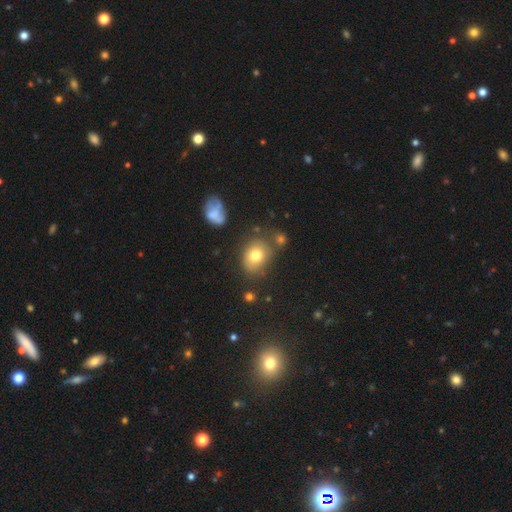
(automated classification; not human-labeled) A smooth galaxy with no disk features (76%) that is in between round and cigar-shaped (60%). Merging: none (64%).